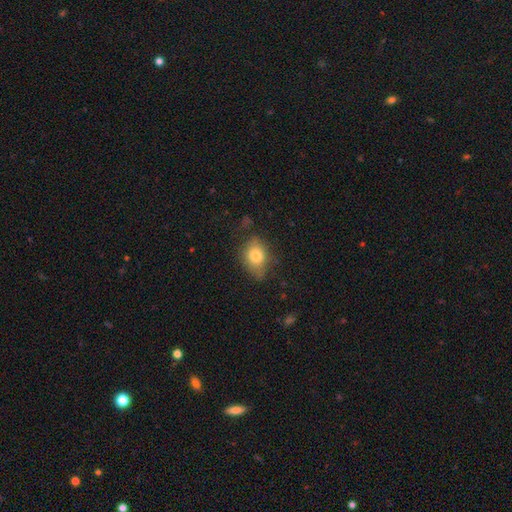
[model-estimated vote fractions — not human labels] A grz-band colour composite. It shows a smooth galaxy with no disk features (77%) that is in between round and cigar-shaped (72%). Merging: none (61%).